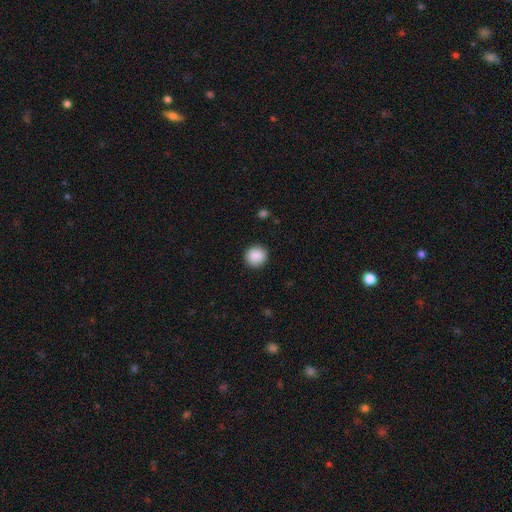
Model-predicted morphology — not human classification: Smooth or featured? smooth (88%)
How rounded? round (92%)
Merging? none (90%)